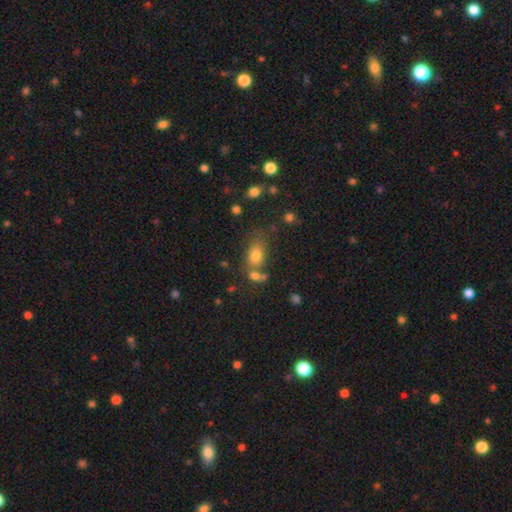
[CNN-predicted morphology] smooth_or_featured: smooth (p=0.75) [alt: star or artifact p=0.13]
how_rounded: in between (p=0.77) [alt: round p=0.20]
merging: none (p=0.52) [alt: merger p=0.25]